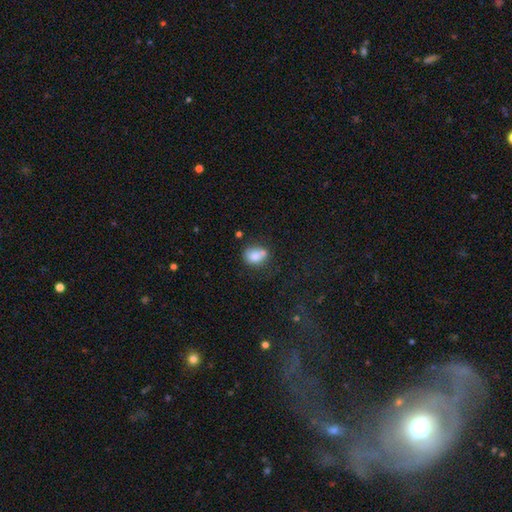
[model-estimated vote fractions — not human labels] Smooth or featured: smooth — 80% (featured or disk — 11%)
How rounded: in between — 61% (round — 38%)
Merging: none — 49% (minor disturbance — 24%)